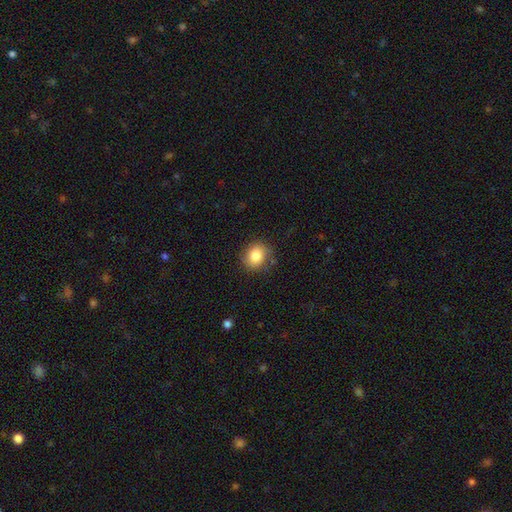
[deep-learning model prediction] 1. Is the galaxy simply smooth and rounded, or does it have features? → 85% smooth, 9% star or artifact, 6% featured or disk.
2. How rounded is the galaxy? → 67% round, 32% in between, 1% cigar-shaped.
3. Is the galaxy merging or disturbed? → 81% none, 13% minor disturbance, 3% major disturbance, 2% merger.